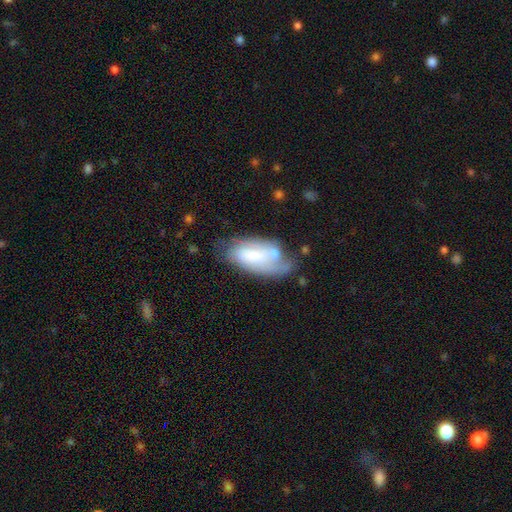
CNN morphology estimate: smooth-or-featured: smooth: 49% | featured or disk: 43% | star or artifact: 7%
  merging: none: 41% | minor disturbance: 30% | major disturbance: 16% | merger: 14%